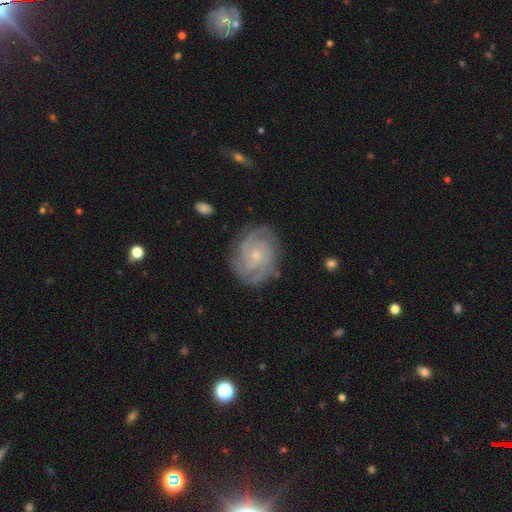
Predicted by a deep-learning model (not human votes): The model was most divided on "spiral arm count": 2: 34%, 3: 30%, can't tell: 15%, 4: 10%, more than 4: 5%, 1: 5%. More confident: edge-on disk — no (98%); spiral arms — yes (98%); smooth or featured — featured or disk (88%); merging — none (81%); bulge size — small (75%); spiral winding — tight (71%); bar — no (71%).